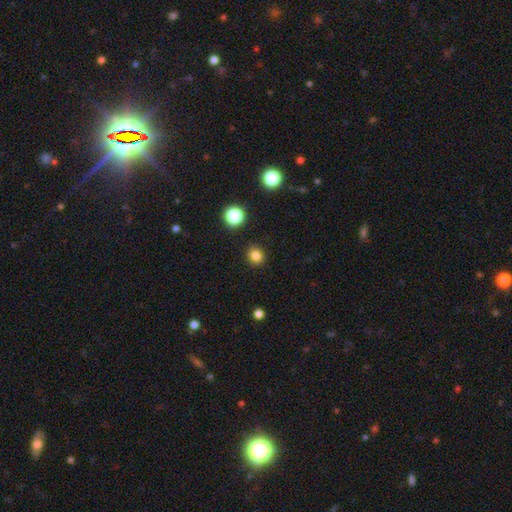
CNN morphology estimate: smooth_or_featured: smooth (p=0.82) [alt: star or artifact p=0.14]
how_rounded: round (p=0.85) [alt: in between p=0.14]
merging: none (p=0.90) [alt: minor disturbance p=0.06]